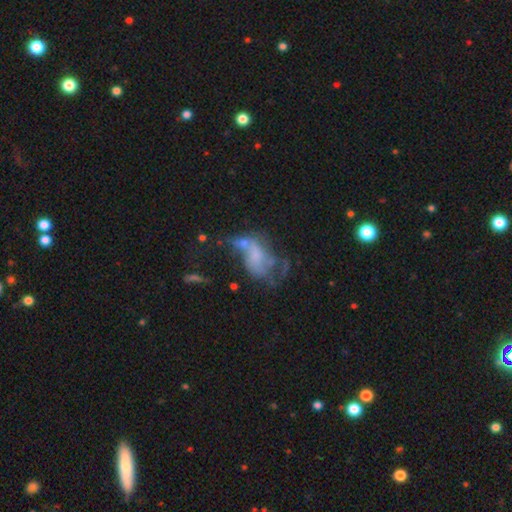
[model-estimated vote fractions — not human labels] A featured or disk galaxy (54%) with no bar (78%), no spiral arms (68%) and no central bulge (54%).

Vote fractions:
- Smooth or featured? featured or disk: 54% / smooth: 32% / star or artifact: 14%
- Edge-on disk? no: 96% / yes: 4%
- Bar? no: 78% / weak: 17% / strong: 5%
- Spiral arms? no: 68% / yes: 32%
- Bulge size? none: 54% / small: 21% / moderate: 16% / large: 7% / dominant: 2%
- Merging? major disturbance: 41% / merger: 25% / none: 20% / minor disturbance: 15%